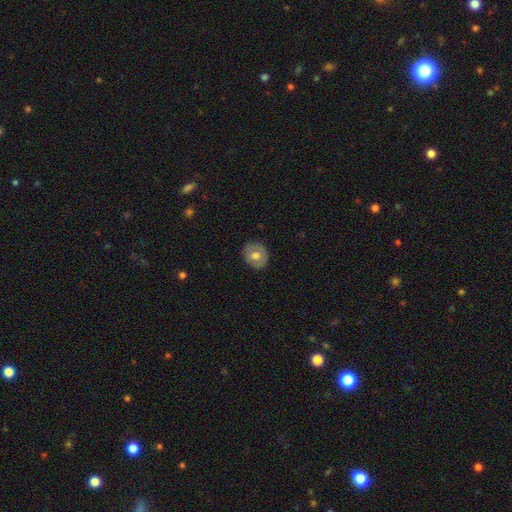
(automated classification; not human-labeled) Morphology: type=smooth (67%); roundness=round (77%); merging=none (86%).